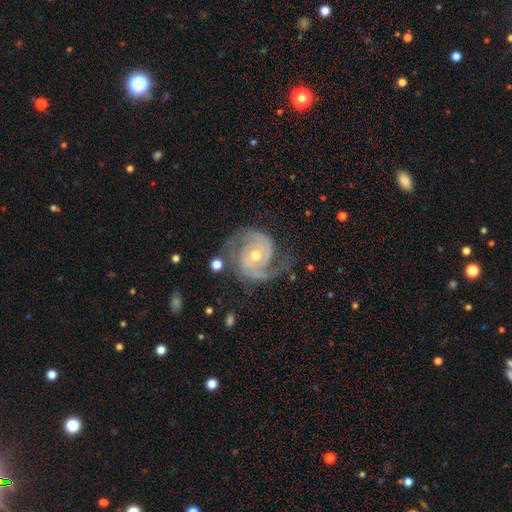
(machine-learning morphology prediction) A featured or disk galaxy (91%) with no bar (66%), 2 (79%) tight (50%) spiral arms (98%) and a moderate central bulge (56%). Merging: none (71%).